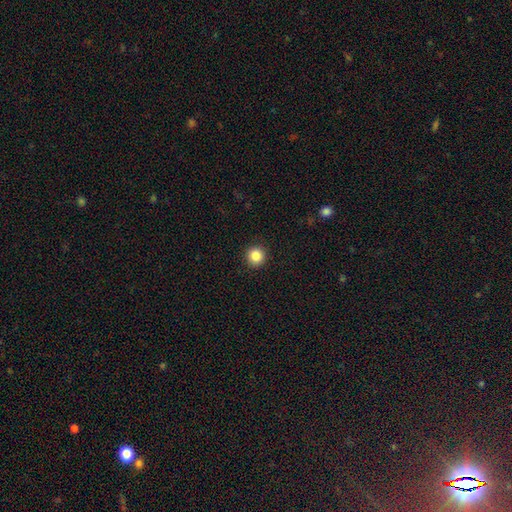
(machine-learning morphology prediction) Overall: smooth (86%). How rounded: round (95%). Merging: none (93%).